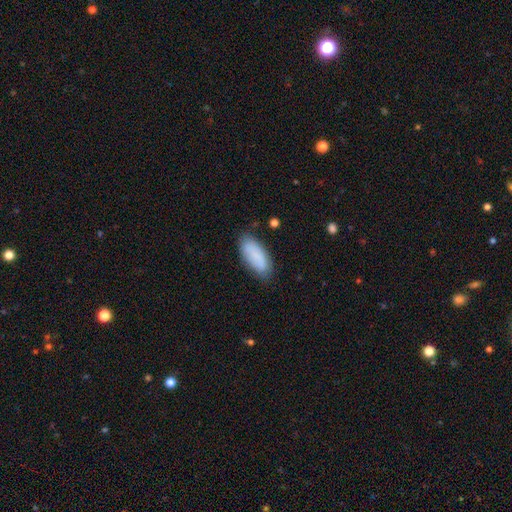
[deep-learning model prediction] Smooth or featured? Predicted: smooth (p=0.83). How rounded? Predicted: in between (p=0.87). Merging? Predicted: none (p=0.76).